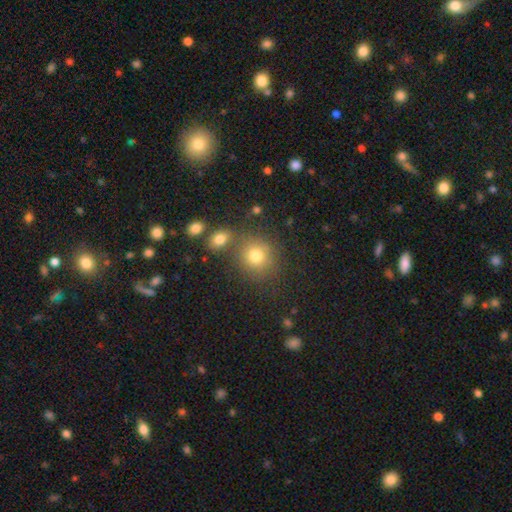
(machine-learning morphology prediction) smooth 76%, star or artifact 15%, featured or disk 9%. Down the decision tree: how rounded — round (84%); merging — none (71%).